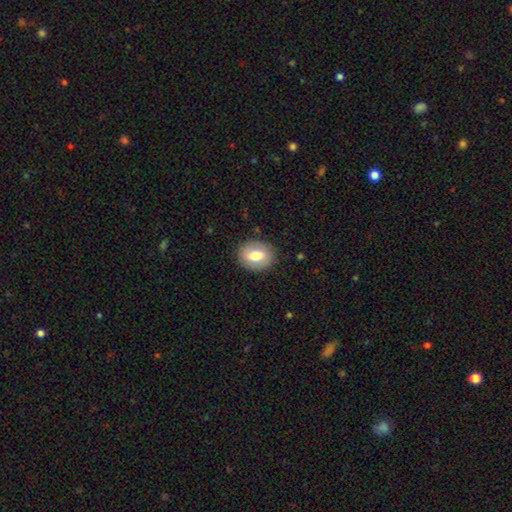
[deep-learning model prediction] Smooth or featured? smooth (69%)
How rounded? in between (64%)
Merging? none (85%)